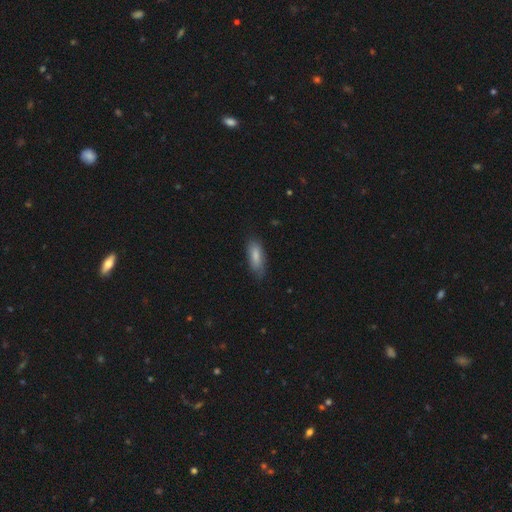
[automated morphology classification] Smooth or featured: smooth — 80% (featured or disk — 14%)
How rounded: in between — 70% (cigar-shaped — 28%)
Merging: none — 72% (minor disturbance — 22%)